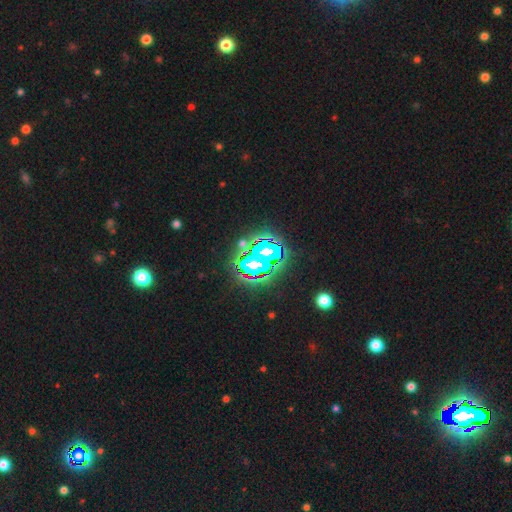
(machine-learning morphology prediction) The model was most divided on "smooth or featured": star or artifact: 79%, smooth: 12%, featured or disk: 9%.